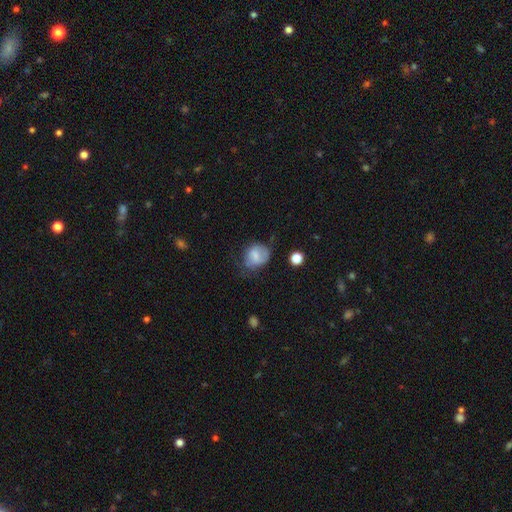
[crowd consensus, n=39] Q: Smooth or featured?
A: smooth (77%); runner-up: featured or disk (23%)
Q: How rounded?
A: round (63%); runner-up: in between (37%)
Q: Merging?
A: none (49%); runner-up: minor disturbance (31%)